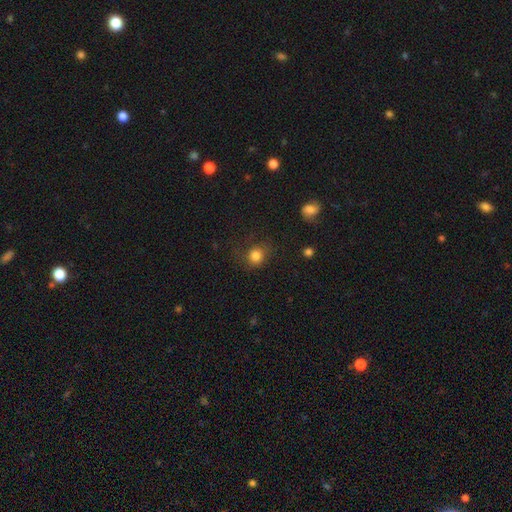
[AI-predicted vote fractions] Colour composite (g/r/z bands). It shows a smooth galaxy with no disk features (83%) that is round (81%). Merging: none (71%).